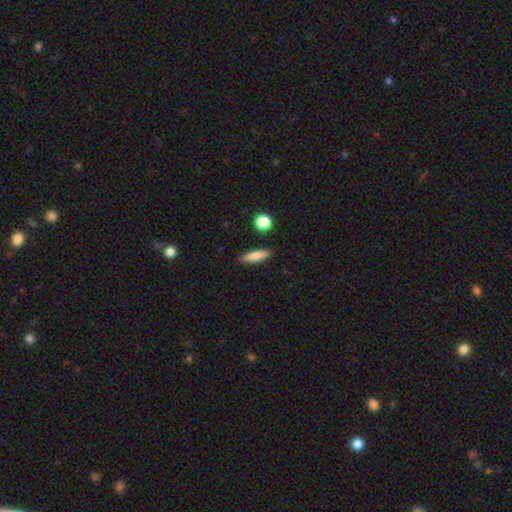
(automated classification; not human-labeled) Overall: smooth (78%). How rounded: cigar-shaped (67%; in between 29%). Merging: none (87%).